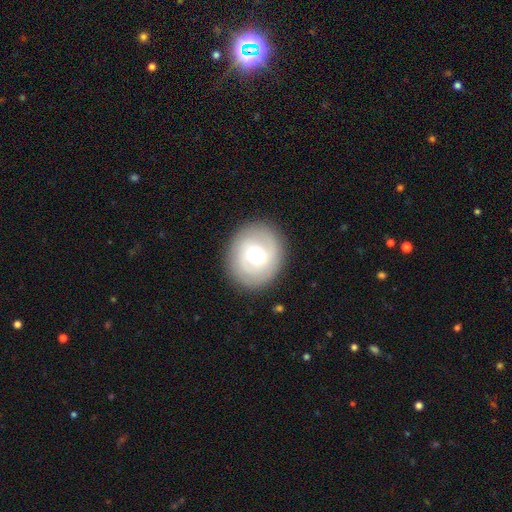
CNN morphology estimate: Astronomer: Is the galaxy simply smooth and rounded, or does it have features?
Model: smooth — 48% (runner-up: featured or disk, 44%).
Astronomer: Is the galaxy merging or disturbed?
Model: none — 86%.